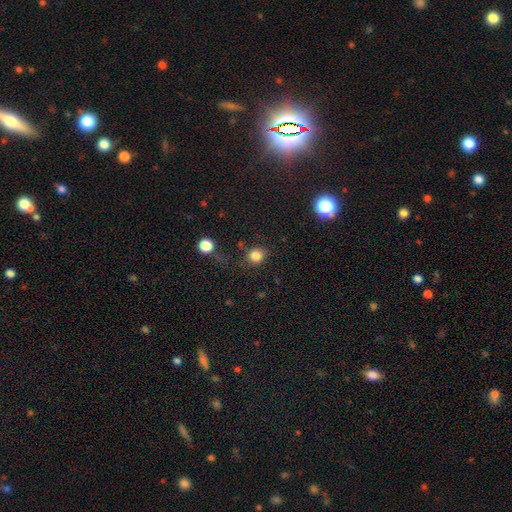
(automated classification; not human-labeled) smooth_or_featured: smooth (p=0.83) [alt: star or artifact p=0.13]
how_rounded: round (p=0.88) [alt: in between p=0.11]
merging: none (p=0.81) [alt: minor disturbance p=0.11]